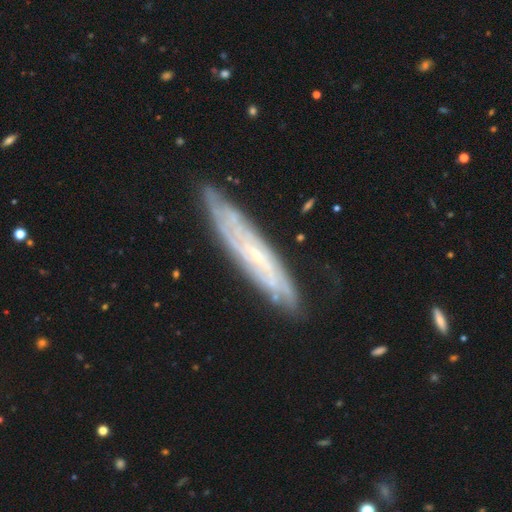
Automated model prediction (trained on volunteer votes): Overall: featured or disk (74%). Edge-on disk: no (54%; yes 46%). Merging: none (82%).